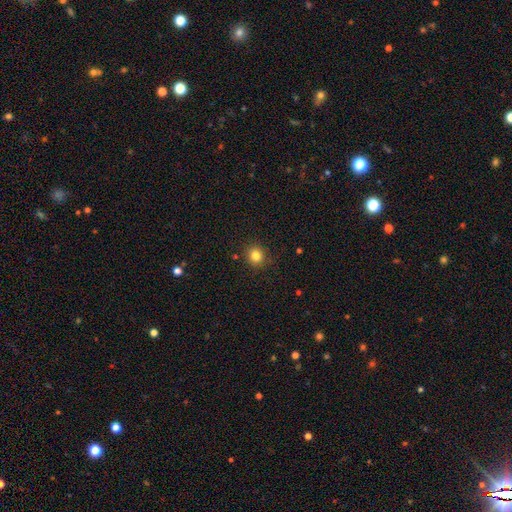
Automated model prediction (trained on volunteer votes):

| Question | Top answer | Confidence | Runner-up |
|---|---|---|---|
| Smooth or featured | smooth | 82% | star or artifact (13%) |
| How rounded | round | 89% | in between (10%) |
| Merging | none | 89% | minor disturbance (7%) |